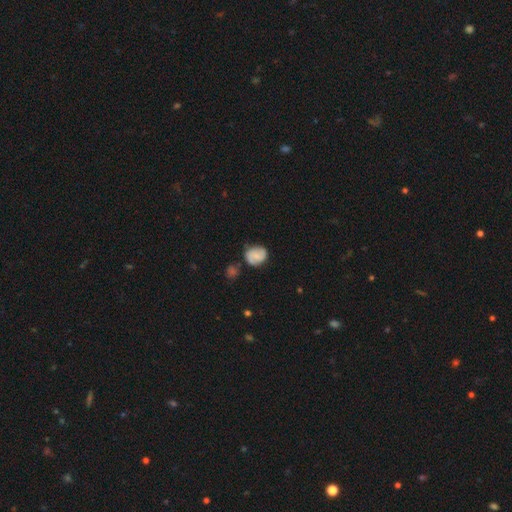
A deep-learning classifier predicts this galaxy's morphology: A smooth galaxy with no disk features (53%) that is round (54%).

Vote fractions:
- Smooth or featured? smooth: 53% / featured or disk: 39% / star or artifact: 8%
- How rounded? round: 54% / in between: 45% / cigar-shaped: 1%
- Merging? none: 66% / minor disturbance: 23% / merger: 6% / major disturbance: 5%